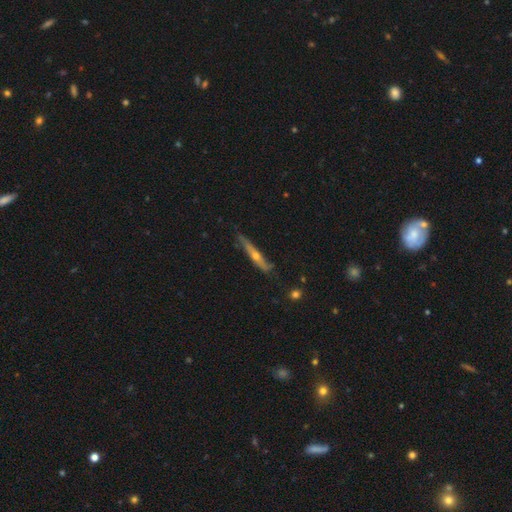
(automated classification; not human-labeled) Smooth or featured?
  - featured or disk: 64% *
  - smooth: 29%
  - star or artifact: 6%
Edge-on disk?
  - yes: 91% *
  - no: 9%
Edge-on bulge?
  - rounded: 85% *
  - none: 12%
  - boxy: 3%
Merging?
  - none: 74% *
  - minor disturbance: 21%
  - major disturbance: 3%
  - merger: 2%